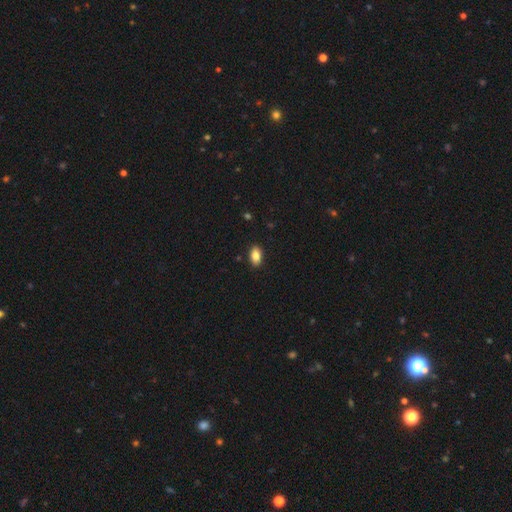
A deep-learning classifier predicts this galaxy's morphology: smooth_or_featured: smooth (p=0.85) [alt: star or artifact p=0.08]
how_rounded: in between (p=0.90) [alt: round p=0.07]
merging: none (p=0.89) [alt: minor disturbance p=0.08]